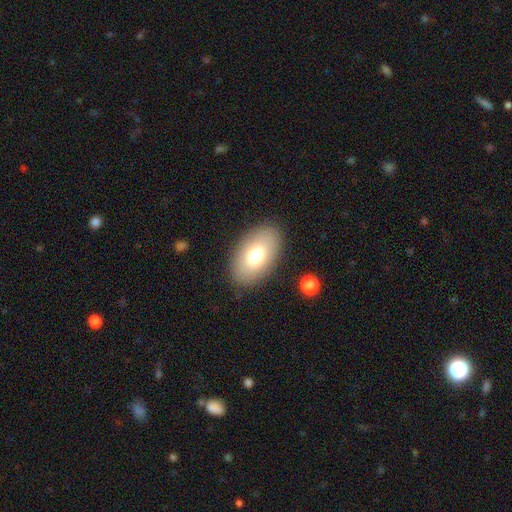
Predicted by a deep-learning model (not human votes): smooth-or-featured: smooth: 74% | featured or disk: 17% | star or artifact: 9%
  how-rounded: in between: 91% | round: 8% | cigar-shaped: 1%
  merging: none: 86% | minor disturbance: 9% | major disturbance: 3% | merger: 1%